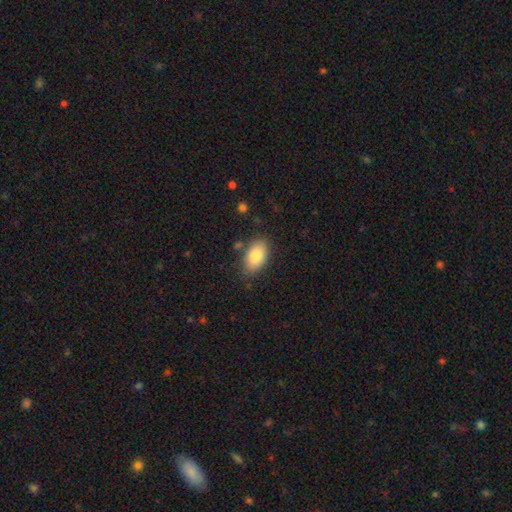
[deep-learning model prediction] Smooth or featured? Predicted: smooth (p=0.85). How rounded? Predicted: in between (p=0.93). Merging? Predicted: none (p=0.80).